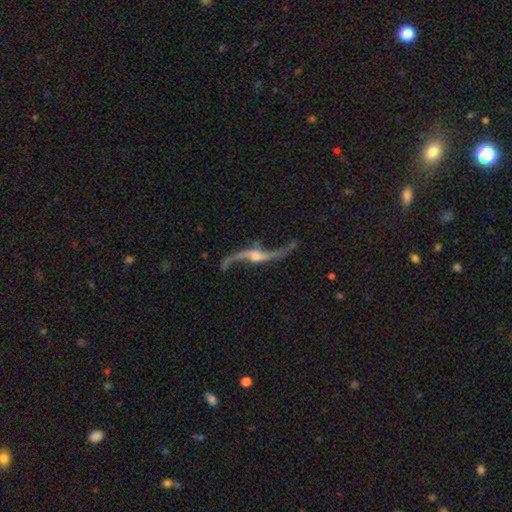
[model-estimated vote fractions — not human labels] Q: Smooth or featured?
A: featured or disk (91%); runner-up: star or artifact (5%)
Q: Edge-on disk?
A: no (85%); runner-up: yes (15%)
Q: Bar?
A: no (49%); runner-up: weak (32%)
Q: Spiral arms?
A: yes (96%); runner-up: no (4%)
Q: Spiral winding?
A: loose (95%); runner-up: medium (3%)
Q: Spiral arm count?
A: 2 (94%); runner-up: 1 (2%)
Q: Bulge size?
A: moderate (42%); runner-up: small (32%)
Q: Merging?
A: none (65%); runner-up: minor disturbance (16%)